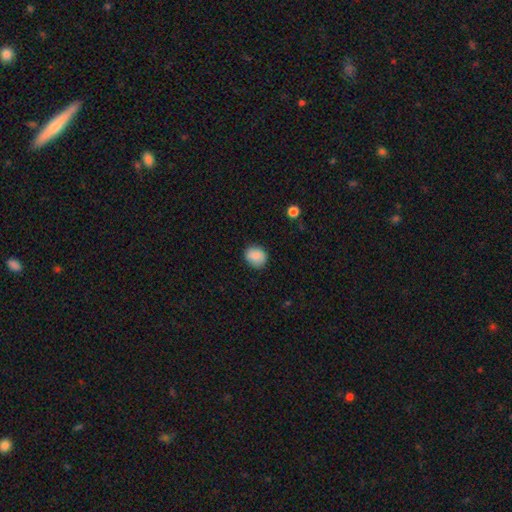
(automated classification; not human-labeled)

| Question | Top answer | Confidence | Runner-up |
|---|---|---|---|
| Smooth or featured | smooth | 87% | star or artifact (8%) |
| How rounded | round | 71% | in between (28%) |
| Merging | none | 84% | minor disturbance (12%) |